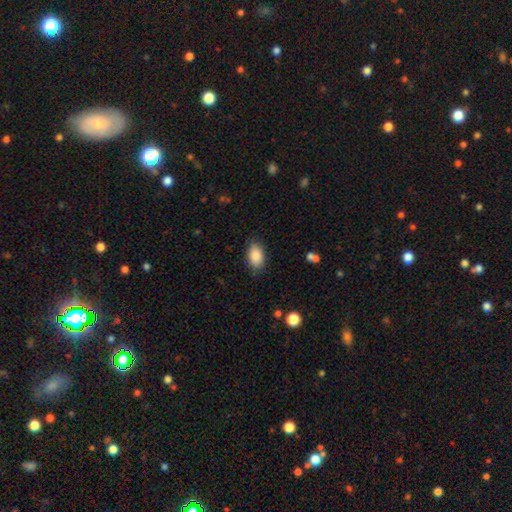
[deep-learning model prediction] Morphology: type=smooth (89%); roundness=in between (92%); merging=none (83%).